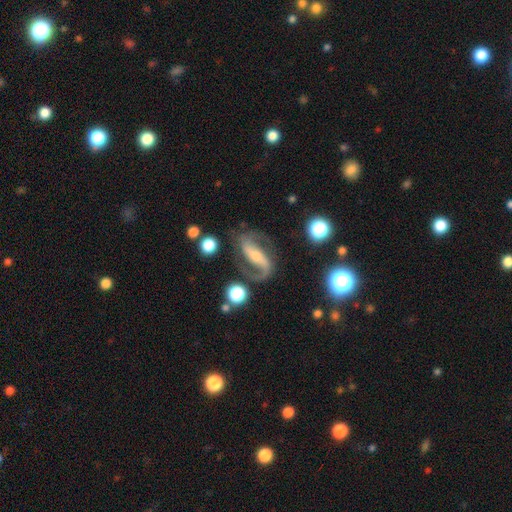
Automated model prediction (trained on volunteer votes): smooth-or-featured: featured or disk: 87% | smooth: 7% | star or artifact: 6%
  disk-edge-on: no: 95% | yes: 5%
    bar: strong: 55% | weak: 26% | no: 18%
    has-spiral-arms: yes: 96% | no: 4%
      spiral-winding: medium: 45% | loose: 40% | tight: 15%
      spiral-arm-count: 2: 89% | 1: 5% | can't tell: 2% | 3: 1% | 4: 1% | more than 4: 1%
    bulge-size: small: 50% | moderate: 39% | large: 5% | none: 4% | dominant: 2%
  merging: none: 74% | minor disturbance: 14% | major disturbance: 10% | merger: 3%